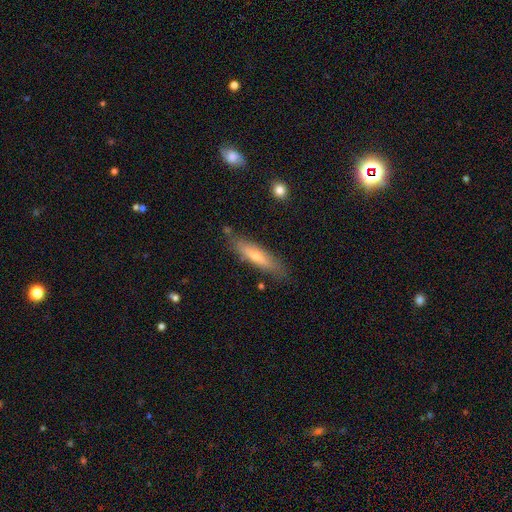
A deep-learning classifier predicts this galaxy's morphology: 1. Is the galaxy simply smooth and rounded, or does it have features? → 53% smooth, 41% featured or disk, 7% star or artifact.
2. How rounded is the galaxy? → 80% cigar-shaped, 19% in between, 2% round.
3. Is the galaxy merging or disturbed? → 80% none, 14% minor disturbance, 3% major disturbance, 3% merger.